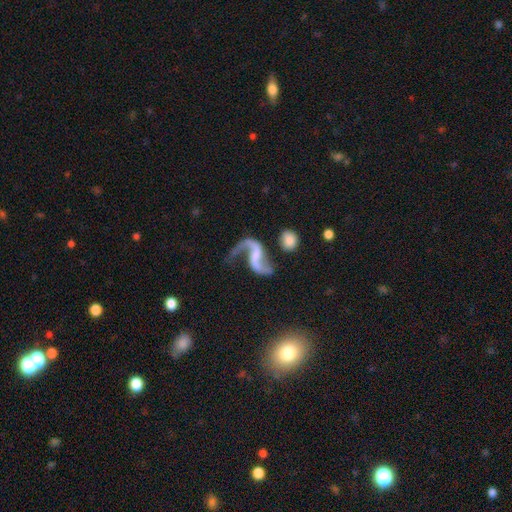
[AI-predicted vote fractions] Smooth or featured? Predicted: featured or disk (p=0.90). Edge-on disk? Predicted: no (p=0.98). Bar? Predicted: weak (p=0.41). Spiral arms? Predicted: yes (p=0.96). Spiral winding? Predicted: loose (p=0.86). Spiral arm count? Predicted: 2 (p=0.90). Bulge size? Predicted: none (p=0.61). Merging? Predicted: none (p=0.58).